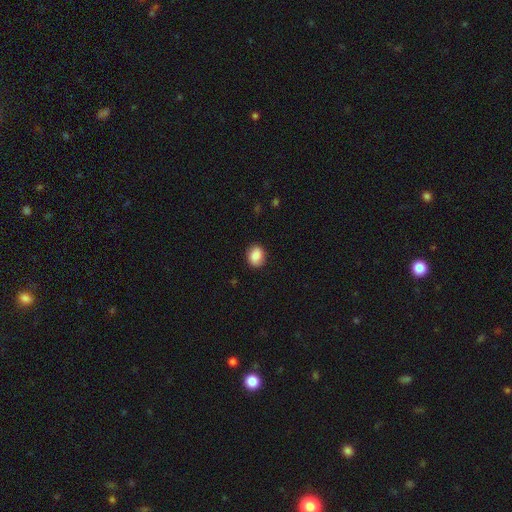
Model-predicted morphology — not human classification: smooth 87%, star or artifact 8%, featured or disk 5%. Down the decision tree: how rounded — in between (54%); merging — none (86%).